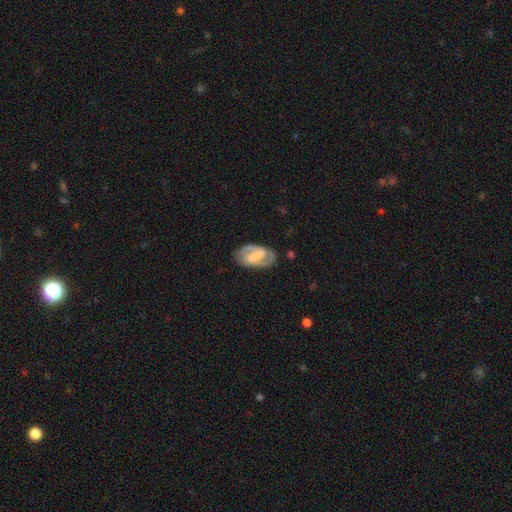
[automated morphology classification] The model was most divided on "bar": strong: 43%, weak: 42%, no: 15%. Remaining: edge-on disk — no (96%); spiral arms — yes (86%); spiral arm count — 2 (85%); merging — none (77%); smooth or featured — featured or disk (73%); spiral winding — medium (49%); bulge size — small (42%).